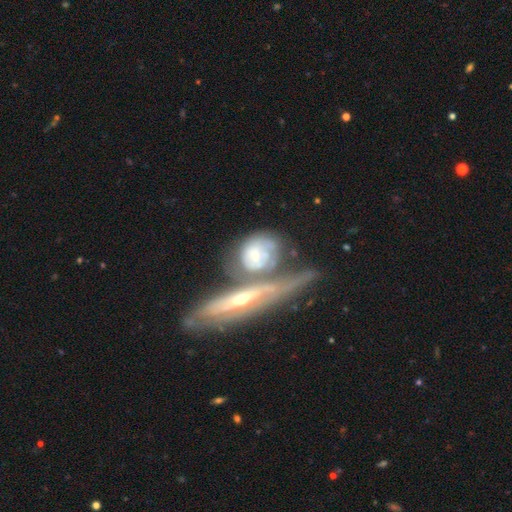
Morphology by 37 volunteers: smooth-or-featured: featured or disk: 84% | smooth: 14% | star or artifact: 3%
  disk-edge-on: no: 68% | yes: 32%
    bar: no: 62% | weak: 29% | strong: 10%
    has-spiral-arms: yes: 67% | no: 33%
      spiral-winding: tight: 64% | medium: 29% | loose: 7%
      spiral-arm-count: can't tell: 64% | 1: 21% | 2: 14% | 3: 0% | 4: 0% | more than 4: 0%
    bulge-size: moderate: 48% (tied) | small: 48% (tied) | none: 5% | dominant: 0% | large: 0%
  merging: merger: 56% | none: 17% | minor disturbance: 17% | major disturbance: 11%